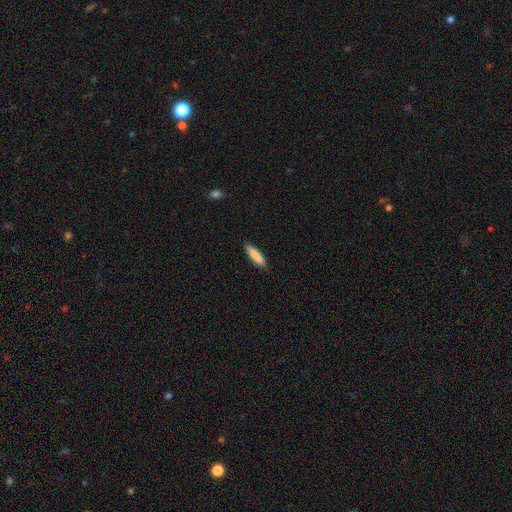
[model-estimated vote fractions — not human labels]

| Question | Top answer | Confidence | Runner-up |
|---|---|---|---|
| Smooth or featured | smooth | 87% | featured or disk (7%) |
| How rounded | cigar-shaped | 75% | in between (24%) |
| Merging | none | 87% | minor disturbance (10%) |